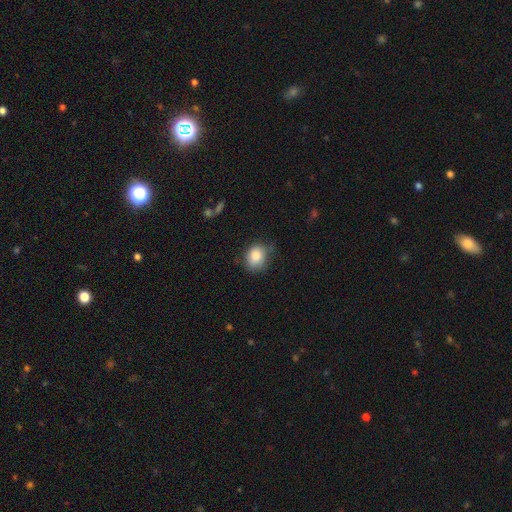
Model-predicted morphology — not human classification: Overall: smooth (84%). How rounded: round (55%; in between 44%). Merging: none (67%).